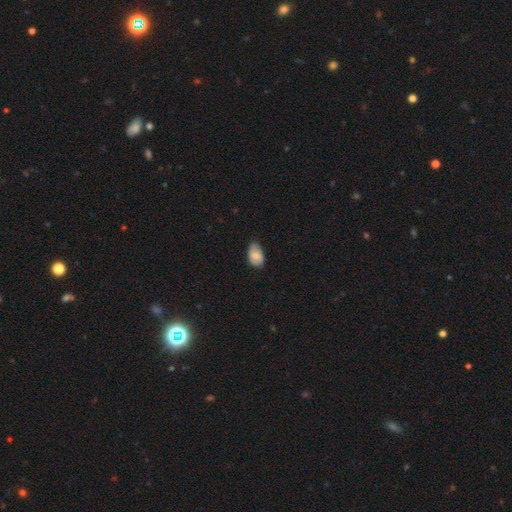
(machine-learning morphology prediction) A smooth galaxy with no disk features (79%) that is in between round and cigar-shaped (91%).

Vote fractions:
- Smooth or featured? smooth: 79% / featured or disk: 14% / star or artifact: 7%
- How rounded? in between: 91% / round: 8% / cigar-shaped: 1%
- Merging? none: 61% / minor disturbance: 33% / major disturbance: 5% / merger: 1%